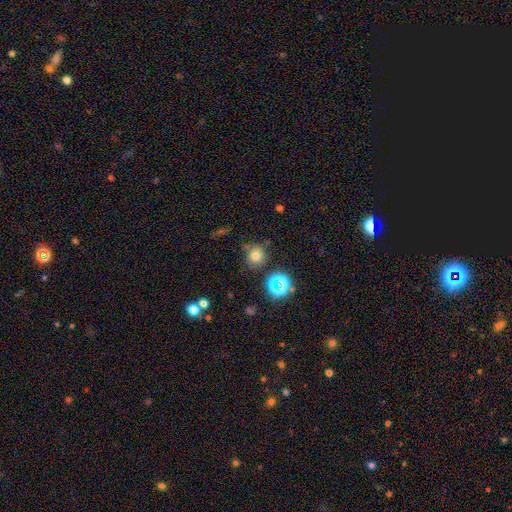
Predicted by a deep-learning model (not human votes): Q: Smooth or featured?
A: smooth (71%); runner-up: star or artifact (20%)
Q: How rounded?
A: round (90%); runner-up: in between (9%)
Q: Merging?
A: none (71%); runner-up: minor disturbance (17%)